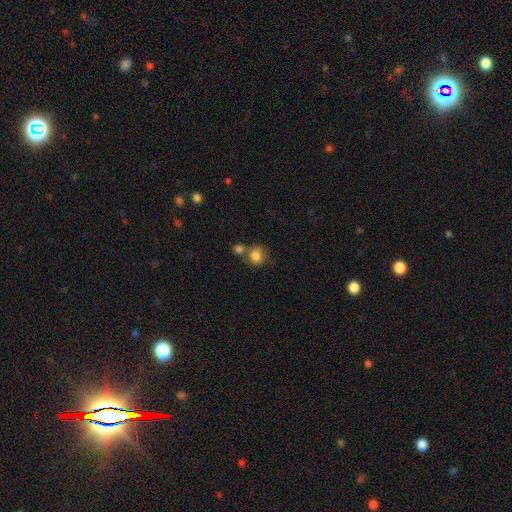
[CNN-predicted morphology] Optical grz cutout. It shows a smooth galaxy with no disk features (82%) that is round (79%). Merging: none (48%).